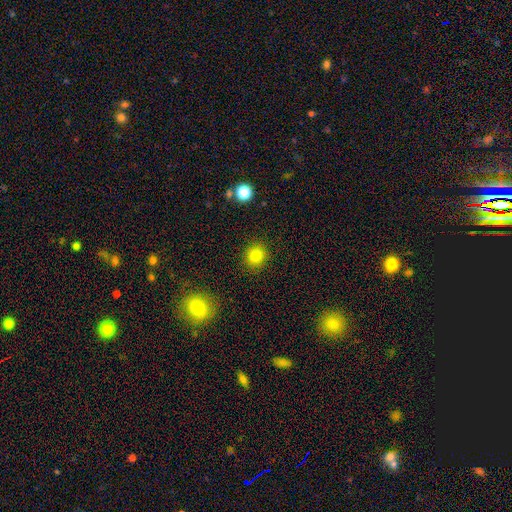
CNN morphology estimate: Smooth or featured? smooth (83%)
How rounded? round (84%)
Merging? none (90%)